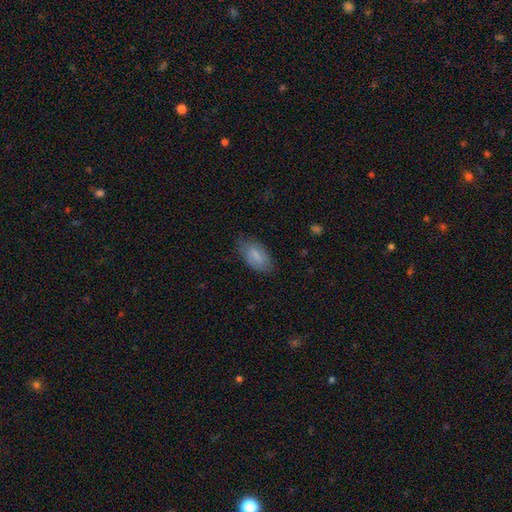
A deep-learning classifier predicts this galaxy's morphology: Smooth or featured?
  - smooth: 78% *
  - featured or disk: 15%
  - star or artifact: 7%
How rounded?
  - in between: 92% *
  - cigar-shaped: 5%
  - round: 3%
Merging?
  - none: 72% *
  - minor disturbance: 21%
  - major disturbance: 5%
  - merger: 1%